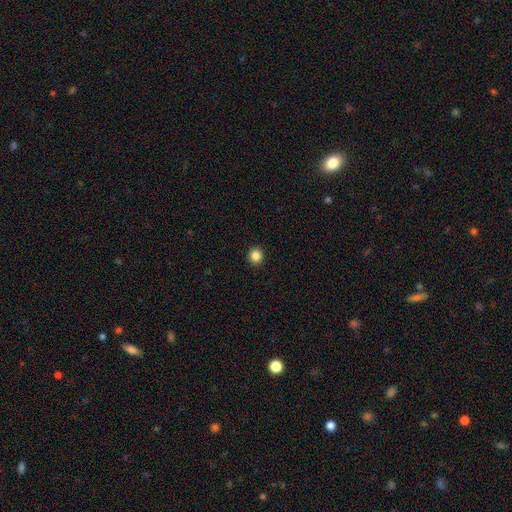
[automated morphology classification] Overall: smooth (85%). How rounded: round (91%). Merging: none (93%).